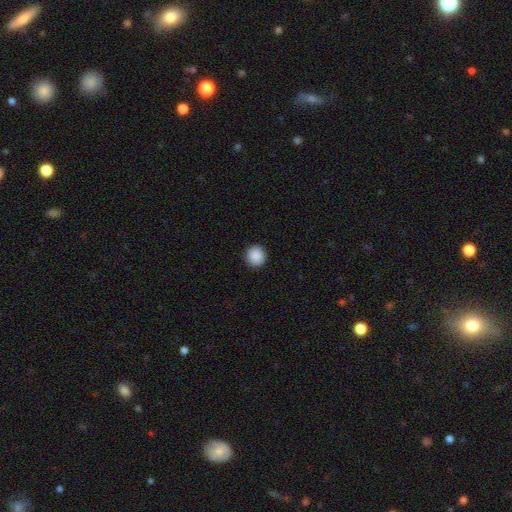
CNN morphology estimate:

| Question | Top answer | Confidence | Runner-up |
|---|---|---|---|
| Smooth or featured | smooth | 90% | star or artifact (8%) |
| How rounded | round | 91% | in between (8%) |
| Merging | none | 92% | minor disturbance (5%) |